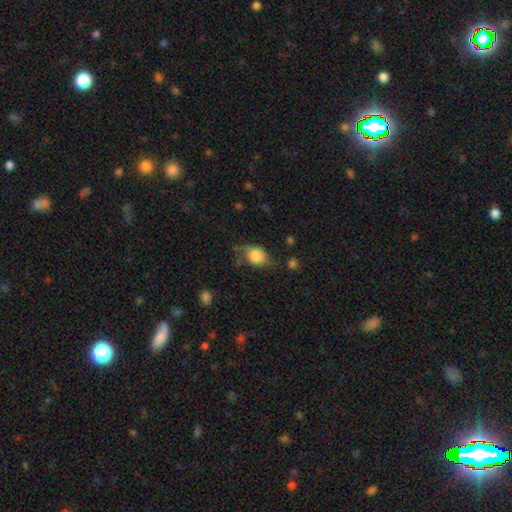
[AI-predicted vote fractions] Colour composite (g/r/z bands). It shows a smooth galaxy with no disk features (79%) that is in between round and cigar-shaped (59%). Merging: none (57%).